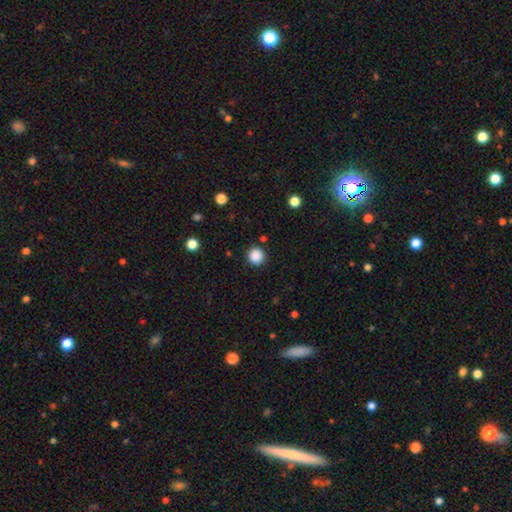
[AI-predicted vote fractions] Morphology: type=smooth (87%); roundness=round (94%); merging=none (90%).